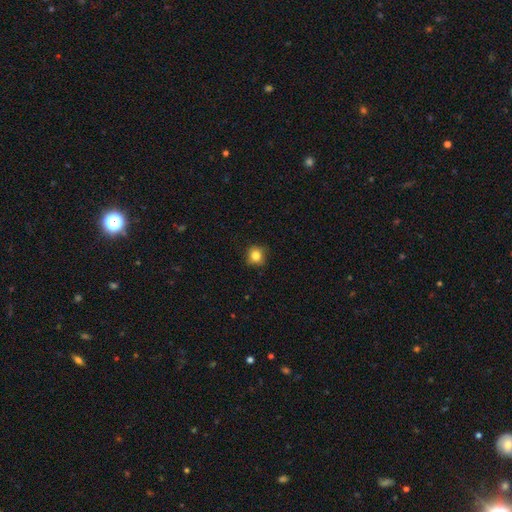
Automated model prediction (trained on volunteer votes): Morphology: type=smooth (83%); roundness=round (87%); merging=none (83%).